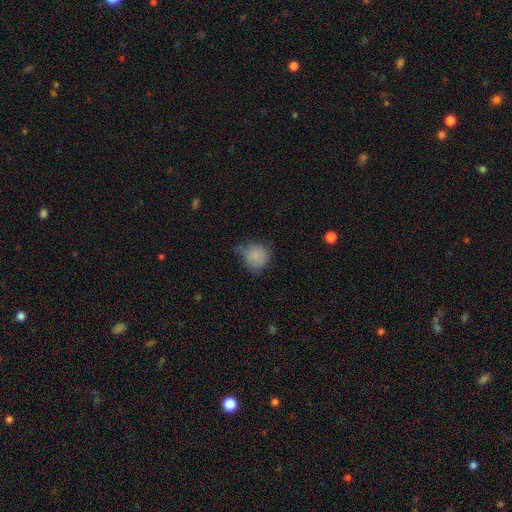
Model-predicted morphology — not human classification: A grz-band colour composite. It shows a smooth galaxy with no disk features (81%) that is round (84%). Merging: none (45%).